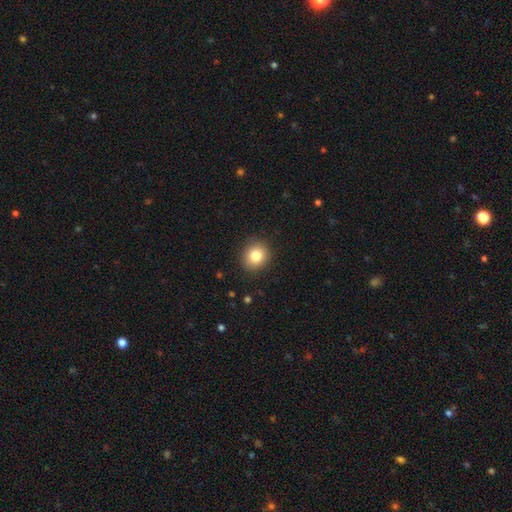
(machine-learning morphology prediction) type=smooth (82%); roundness=round (82%); merging=none (90%).